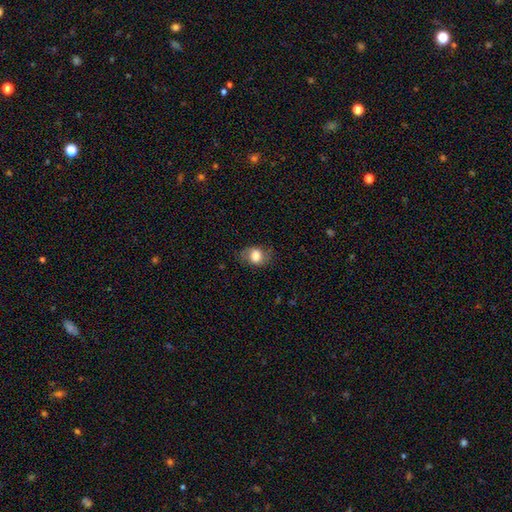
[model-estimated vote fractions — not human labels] A smooth galaxy with no disk features (72%) that is in between round and cigar-shaped (57%).

Vote fractions:
- Smooth or featured? smooth: 72% / featured or disk: 19% / star or artifact: 9%
- How rounded? in between: 57% / round: 42% / cigar-shaped: 1%
- Merging? none: 71% / minor disturbance: 20% / major disturbance: 8% / merger: 1%